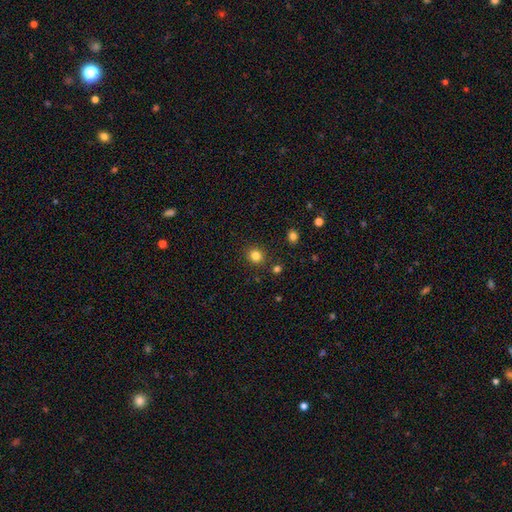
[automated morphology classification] Q: Smooth or featured?
A: smooth (83%); runner-up: star or artifact (13%)
Q: How rounded?
A: round (86%); runner-up: in between (14%)
Q: Merging?
A: none (88%); runner-up: minor disturbance (7%)